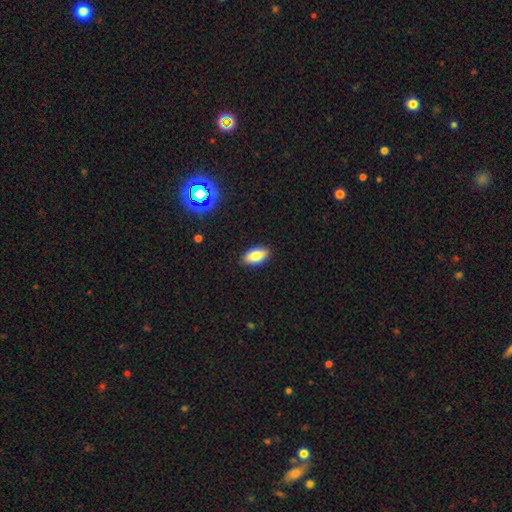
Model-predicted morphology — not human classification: This appears to be a smooth galaxy with no disk features (81%) that is in between round and cigar-shaped (92%). Merging: none (89%).